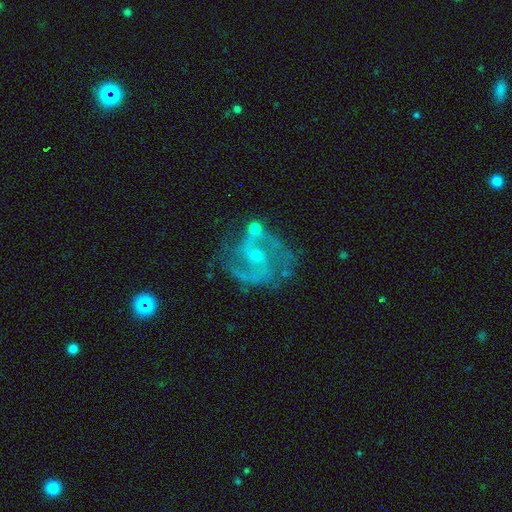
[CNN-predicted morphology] smooth_or_featured: featured or disk (p=0.87) [alt: star or artifact p=0.07]
disk_edge_on: no (p=0.98) [alt: yes p=0.02]
bar: weak (p=0.51) [alt: no p=0.39]
has_spiral_arms: yes (p=0.95) [alt: no p=0.05]
spiral_winding: medium (p=0.60) [alt: loose p=0.20]
spiral_arm_count: 2 (p=0.83) [alt: can't tell p=0.06]
bulge_size: small (p=0.54) [alt: moderate p=0.34]
merging: none (p=0.65) [alt: minor disturbance p=0.18]